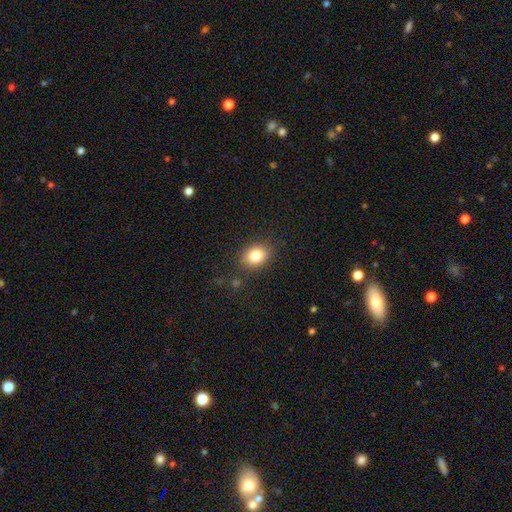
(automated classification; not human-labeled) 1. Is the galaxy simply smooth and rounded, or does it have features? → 81% smooth, 10% star or artifact, 9% featured or disk.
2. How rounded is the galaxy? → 55% in between, 44% round, 1% cigar-shaped.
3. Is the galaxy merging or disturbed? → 84% none, 11% minor disturbance, 3% major disturbance, 2% merger.